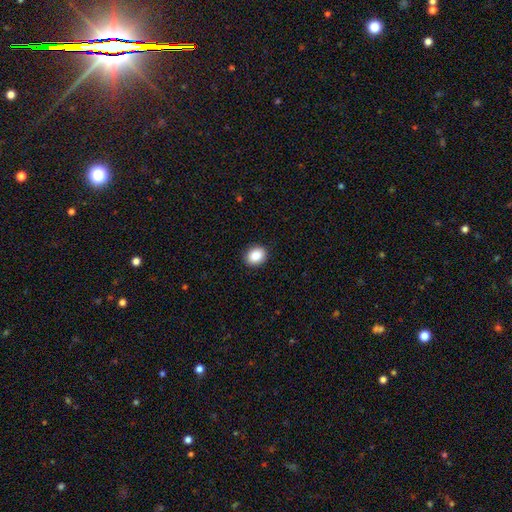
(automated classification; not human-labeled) Smooth or featured?
  - smooth: 88% *
  - star or artifact: 8%
  - featured or disk: 4%
How rounded?
  - in between: 56% *
  - round: 43%
  - cigar-shaped: 1%
Merging?
  - none: 91% *
  - minor disturbance: 7%
  - major disturbance: 2%
  - merger: 1%